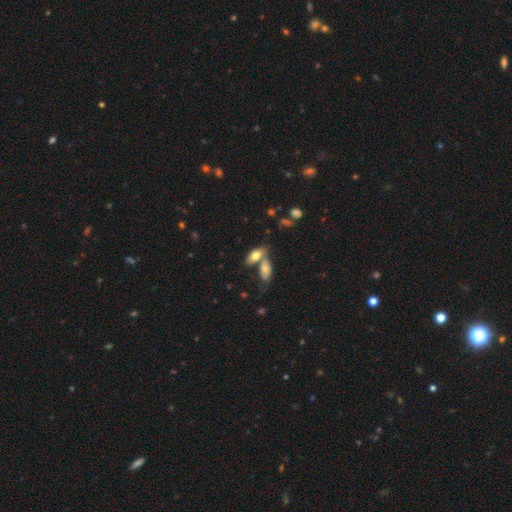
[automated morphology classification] smooth 69%, featured or disk 23%, star or artifact 7%. Down the decision tree: how rounded — in between (84%); merging — none (42%, tied with merger).